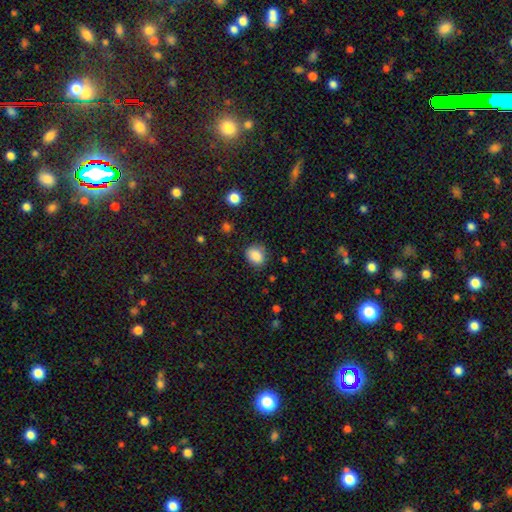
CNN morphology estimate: Q: Smooth or featured?
A: smooth (86%); runner-up: star or artifact (9%)
Q: How rounded?
A: round (50%); runner-up: in between (49%)
Q: Merging?
A: none (76%); runner-up: minor disturbance (18%)